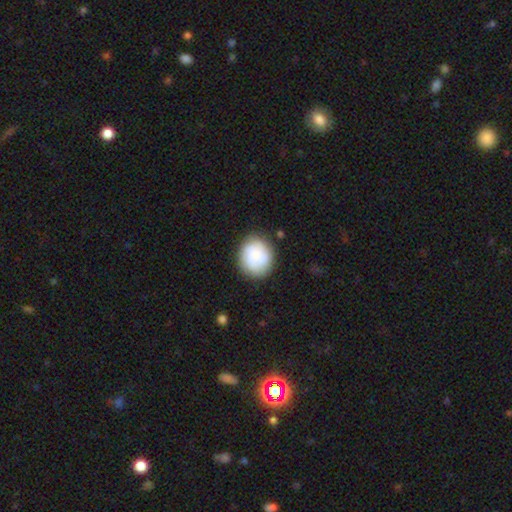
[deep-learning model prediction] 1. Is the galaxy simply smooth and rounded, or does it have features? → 62% smooth, 31% featured or disk, 7% star or artifact.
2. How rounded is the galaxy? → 79% round, 21% in between, 1% cigar-shaped.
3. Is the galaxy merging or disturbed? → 72% none, 17% minor disturbance, 7% major disturbance, 3% merger.